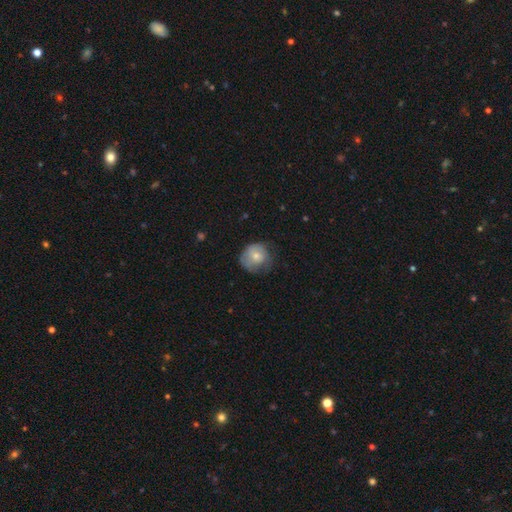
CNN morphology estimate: Smooth or featured? Predicted: smooth (p=0.66). How rounded? Predicted: round (p=0.80). Merging? Predicted: none (p=0.52).